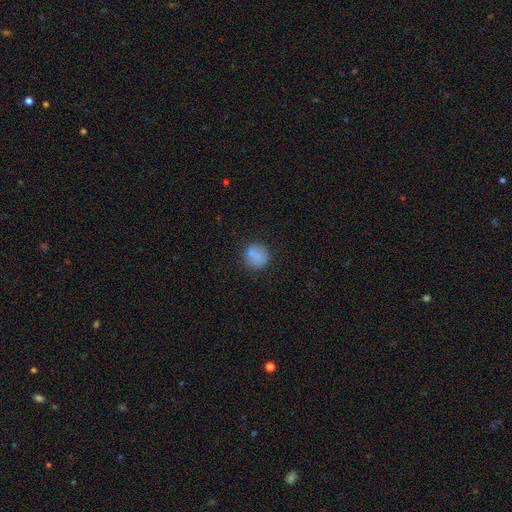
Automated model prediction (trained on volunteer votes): Morphology: type=smooth (82%); roundness=round (87%); merging=none (75%).